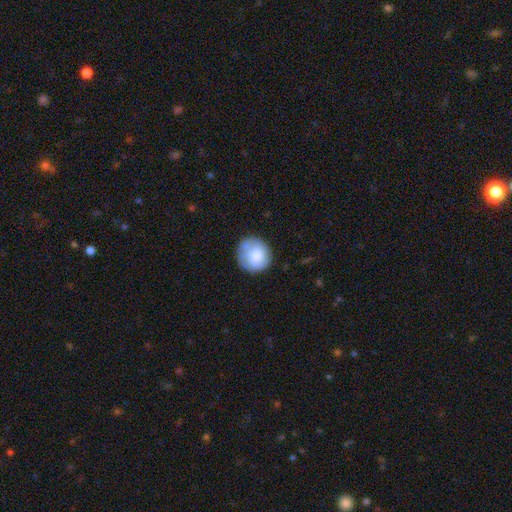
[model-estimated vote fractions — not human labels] Morphology: type=smooth (76%); roundness=round (87%); merging=none (70%).